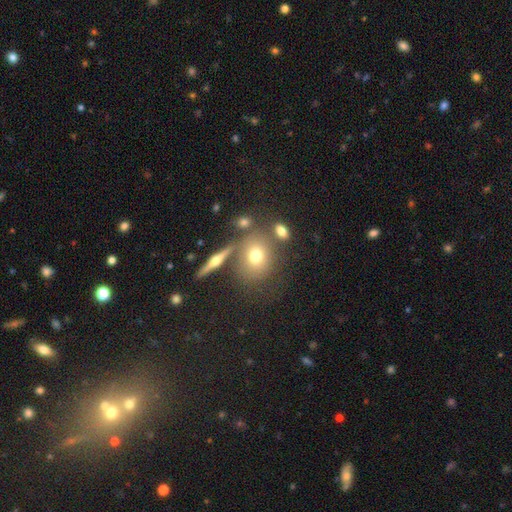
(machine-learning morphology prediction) This is likely a smooth galaxy (66%). How rounded: likely round (64%). Merging: likely none (65%).